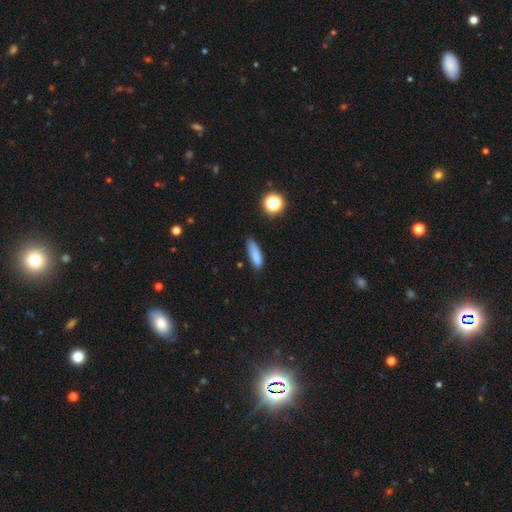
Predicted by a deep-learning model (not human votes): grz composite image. It shows a smooth galaxy with no disk features (83%) that is cigar-shaped (56%). Merging: none (70%).